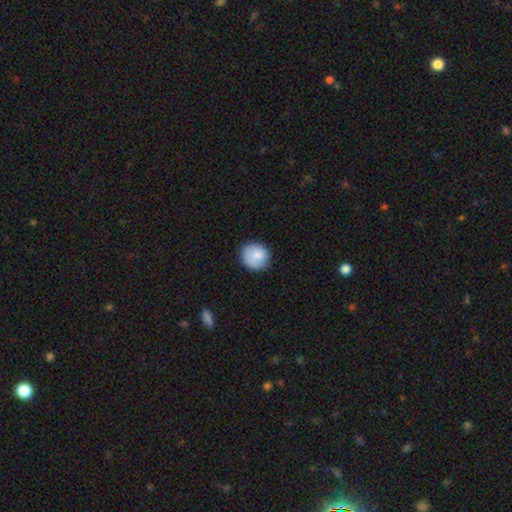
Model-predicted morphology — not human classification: The model was most divided on "merging": none: 82%, minor disturbance: 14%, major disturbance: 3%, merger: 1%. More confident: how rounded — round (88%); smooth or featured — smooth (82%).